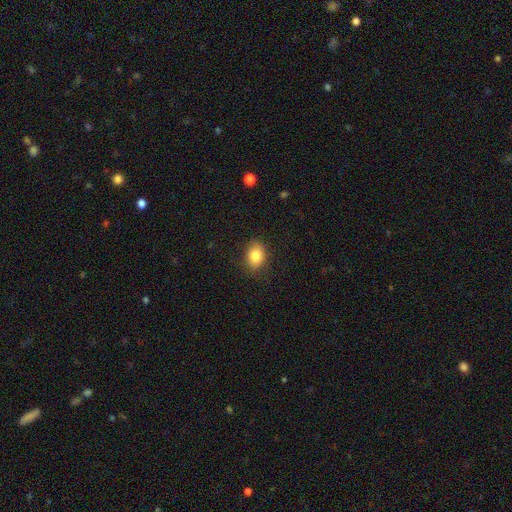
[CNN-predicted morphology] This is clearly a smooth galaxy (83%). How rounded: likely in between (65%). Merging: clearly none (84%).